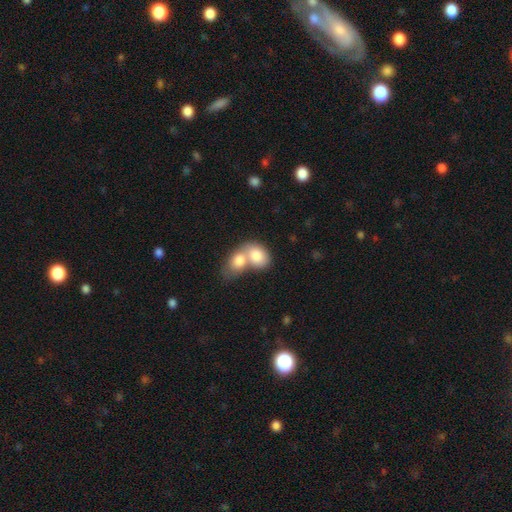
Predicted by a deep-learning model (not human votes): Overall: smooth (79%). How rounded: in between (77%). Merging: merger (75%).